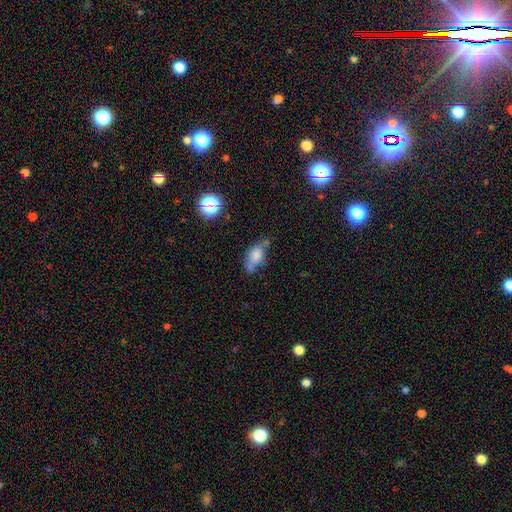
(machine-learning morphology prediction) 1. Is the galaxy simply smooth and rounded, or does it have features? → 66% smooth, 22% featured or disk, 12% star or artifact.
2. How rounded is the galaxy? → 79% in between, 11% round, 10% cigar-shaped.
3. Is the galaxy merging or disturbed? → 38% none, 30% minor disturbance, 17% merger, 16% major disturbance.